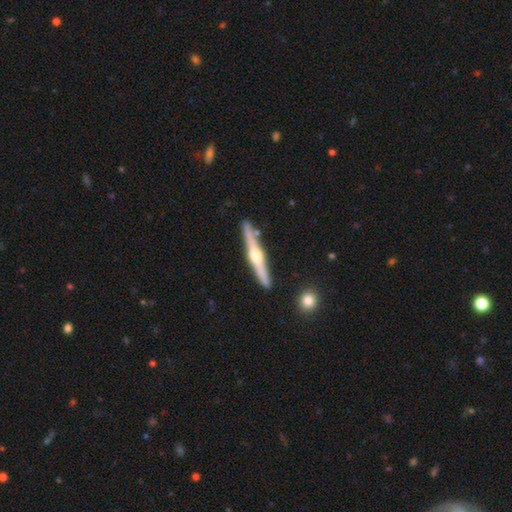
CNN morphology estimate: smooth_or_featured: featured or disk (p=0.77) [alt: smooth p=0.18]
disk_edge_on: yes (p=0.98) [alt: no p=0.02]
edge_on_bulge: rounded (p=0.92) [alt: boxy p=0.04]
merging: none (p=0.88) [alt: minor disturbance p=0.08]